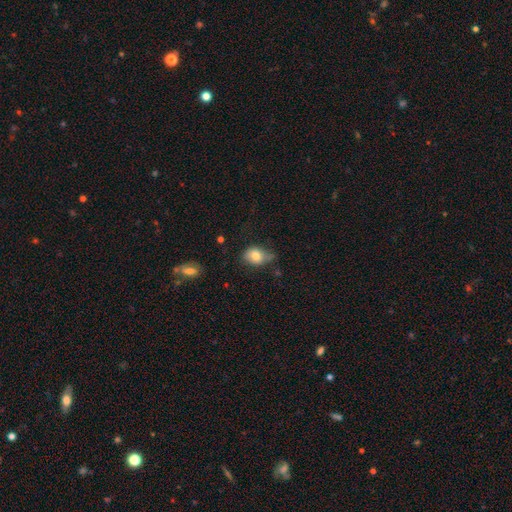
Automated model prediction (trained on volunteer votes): This appears to be a smooth galaxy with no disk features (77%) that is in between round and cigar-shaped (63%). Merging: none (53%).